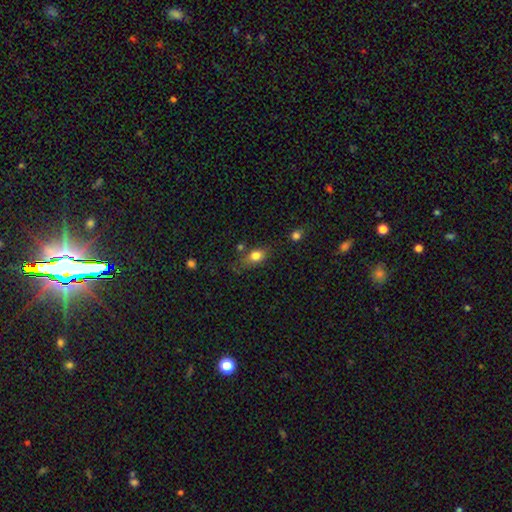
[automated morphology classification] smooth-or-featured: smooth: 80% | featured or disk: 10% | star or artifact: 10%
  how-rounded: in between: 70% | round: 26% | cigar-shaped: 4%
  merging: none: 63% | minor disturbance: 23% | major disturbance: 7% | merger: 7%